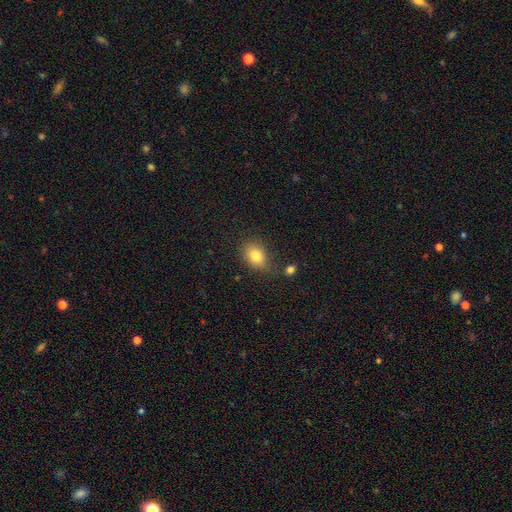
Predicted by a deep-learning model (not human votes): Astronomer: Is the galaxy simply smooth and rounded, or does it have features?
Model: smooth — 81%.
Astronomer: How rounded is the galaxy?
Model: in between — 74%.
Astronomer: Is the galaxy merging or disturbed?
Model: none — 77%.